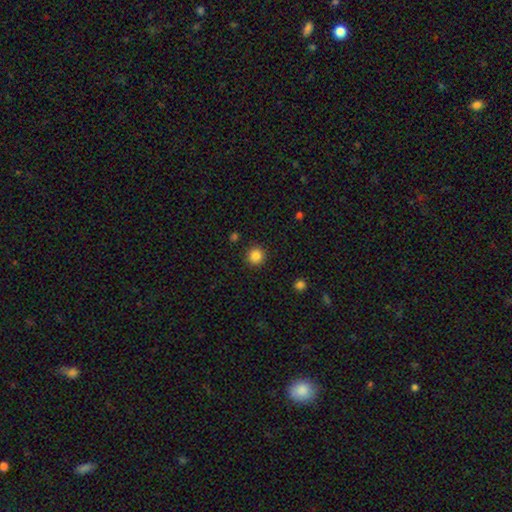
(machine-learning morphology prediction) Overall: smooth (86%). How rounded: round (94%). Merging: none (91%).